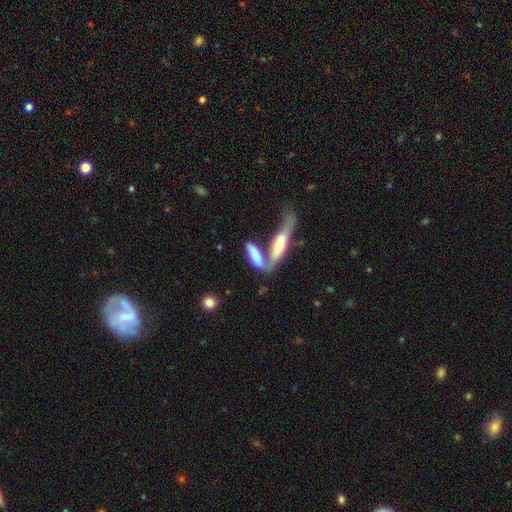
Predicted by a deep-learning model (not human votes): A smooth galaxy with no disk features (67%) that is cigar-shaped (51%).

Vote fractions:
- Smooth or featured? smooth: 67% / featured or disk: 26% / star or artifact: 7%
- How rounded? cigar-shaped: 51% / in between: 47% / round: 3%
- Merging? merger: 60% / none: 23% / minor disturbance: 9% / major disturbance: 7%